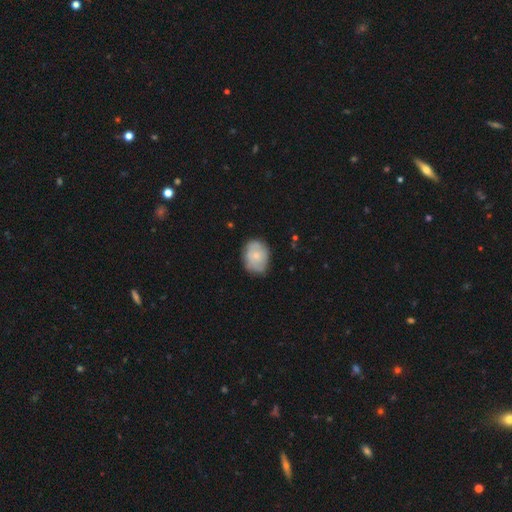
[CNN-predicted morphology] type=smooth (60%); roundness=in between (59%); merging=none (70%).